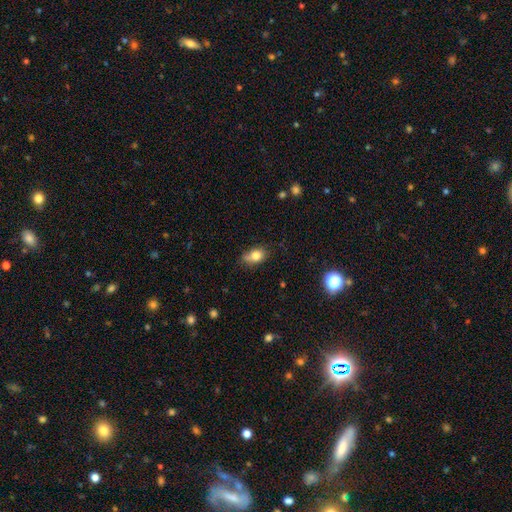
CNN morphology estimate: Smooth or featured: smooth — 80% (featured or disk — 11%)
How rounded: in between — 75% (round — 22%)
Merging: none — 56% (minor disturbance — 32%)